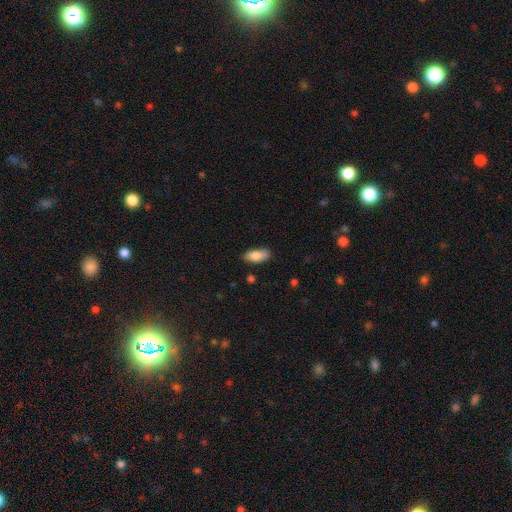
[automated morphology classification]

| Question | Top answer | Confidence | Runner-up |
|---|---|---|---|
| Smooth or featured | smooth | 83% | featured or disk (11%) |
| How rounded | in between | 86% | cigar-shaped (11%) |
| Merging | none | 76% | minor disturbance (19%) |